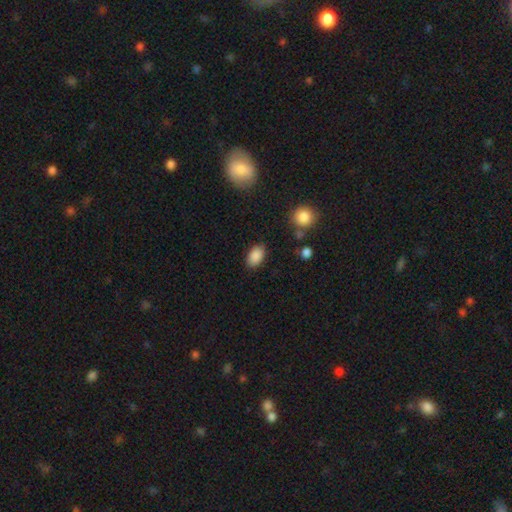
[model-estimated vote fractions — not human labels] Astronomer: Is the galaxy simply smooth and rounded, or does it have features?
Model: smooth — 88%.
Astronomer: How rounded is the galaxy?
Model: in between — 89%.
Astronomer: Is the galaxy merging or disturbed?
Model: none — 84%.